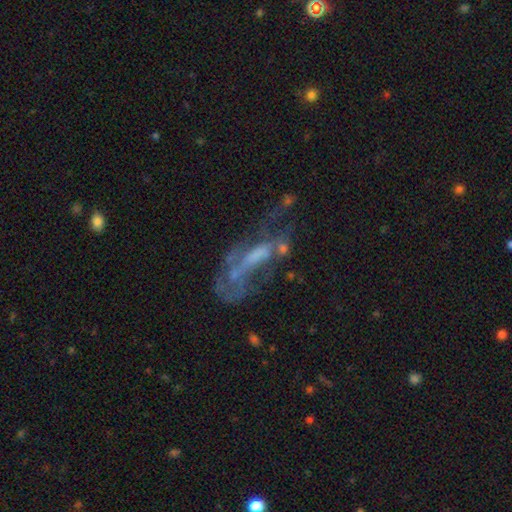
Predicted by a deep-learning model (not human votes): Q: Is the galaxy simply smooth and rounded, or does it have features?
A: featured or disk — 64%.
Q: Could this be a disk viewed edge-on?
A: no — 85%.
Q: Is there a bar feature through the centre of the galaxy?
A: no — 54%.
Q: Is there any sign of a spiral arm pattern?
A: no — 61%.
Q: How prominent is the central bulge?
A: none — 44%.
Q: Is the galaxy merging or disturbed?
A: major disturbance — 42%.